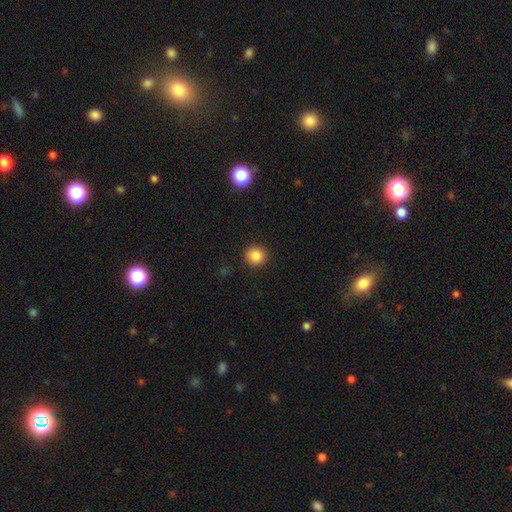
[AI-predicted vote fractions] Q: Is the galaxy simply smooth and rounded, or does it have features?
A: smooth — 86%.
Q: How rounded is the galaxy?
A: round — 92%.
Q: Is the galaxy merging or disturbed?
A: none — 90%.